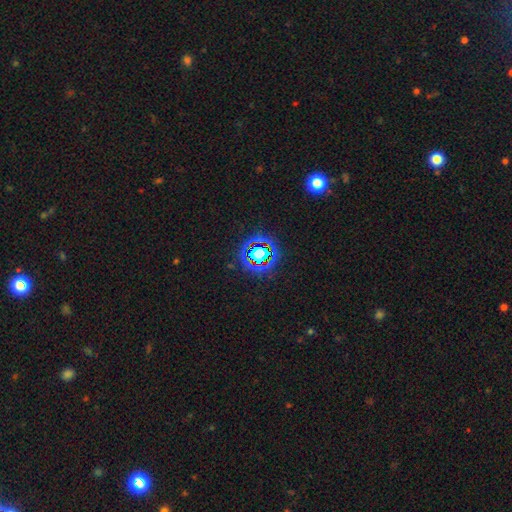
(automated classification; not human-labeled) smooth_or_featured: star or artifact (p=0.71) [alt: smooth p=0.20]